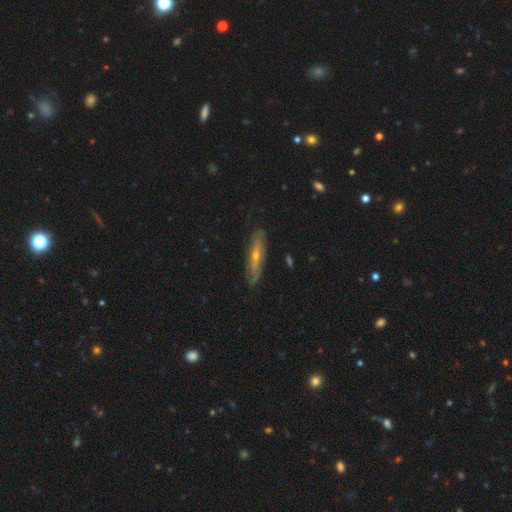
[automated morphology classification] The model was most divided on "edge-on disk": yes: 61%, no: 39%. More confident: merging — none (81%); smooth or featured — featured or disk (66%).